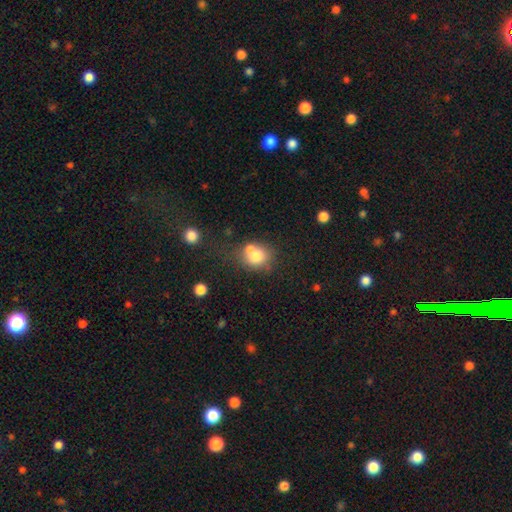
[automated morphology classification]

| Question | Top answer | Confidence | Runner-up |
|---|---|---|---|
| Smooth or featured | smooth | 73% | featured or disk (16%) |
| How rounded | round | 72% | in between (27%) |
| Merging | none | 45% | merger (38%) |